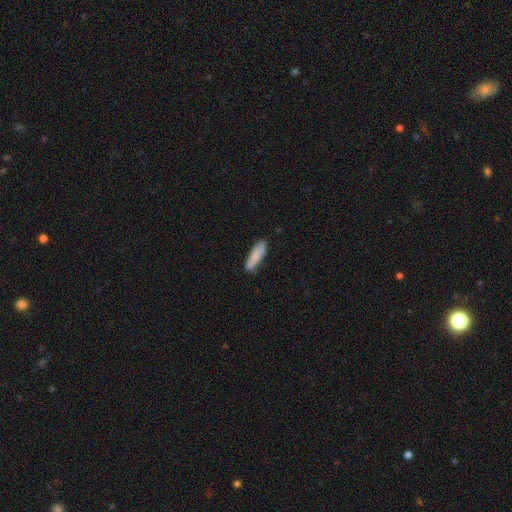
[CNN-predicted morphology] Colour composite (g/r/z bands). It shows a smooth galaxy with no disk features (85%) that is cigar-shaped (61%). Merging: none (77%).